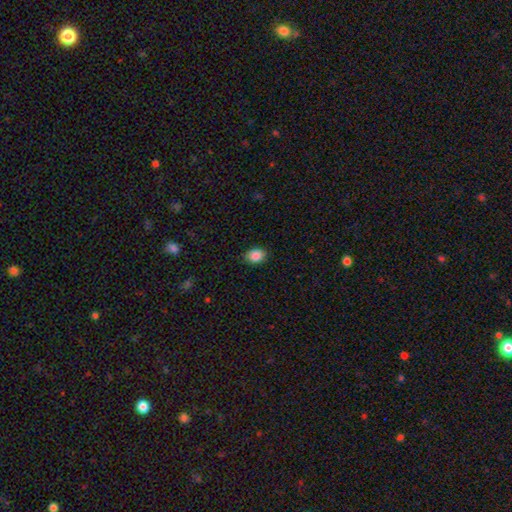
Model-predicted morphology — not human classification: Smooth or featured: smooth — 87% (star or artifact — 9%)
How rounded: in between — 63% (round — 36%)
Merging: none — 87% (minor disturbance — 10%)